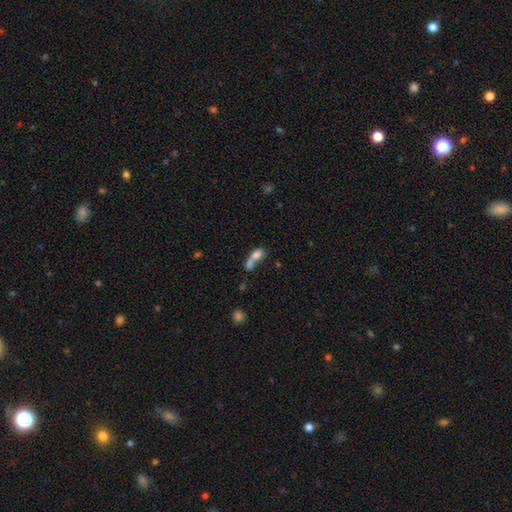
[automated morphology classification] This appears to be a smooth galaxy with no disk features (72%) that is in between round and cigar-shaped (69%). Merging: merger (66%).